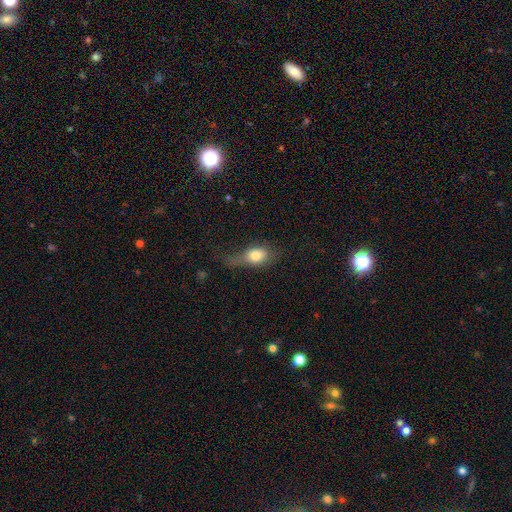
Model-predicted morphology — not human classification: smooth-or-featured: smooth: 75% | featured or disk: 16% | star or artifact: 9%
  how-rounded: in between: 72% | round: 22% | cigar-shaped: 5%
  merging: major disturbance: 35% | minor disturbance: 31% | none: 31% | merger: 4%